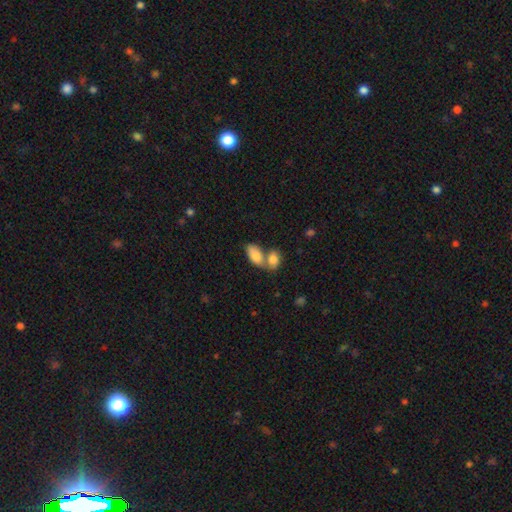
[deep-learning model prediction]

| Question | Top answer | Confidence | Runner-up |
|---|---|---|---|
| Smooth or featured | smooth | 84% | featured or disk (10%) |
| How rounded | in between | 92% | round (5%) |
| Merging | merger | 59% | none (29%) |